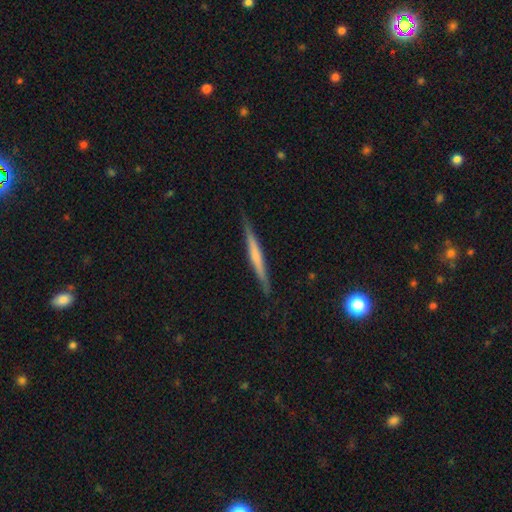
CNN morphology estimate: smooth_or_featured: featured or disk (p=0.56) [alt: smooth p=0.38]
disk_edge_on: yes (p=0.97) [alt: no p=0.03]
edge_on_bulge: none (p=0.56) [alt: rounded p=0.32]
merging: none (p=0.88) [alt: minor disturbance p=0.09]